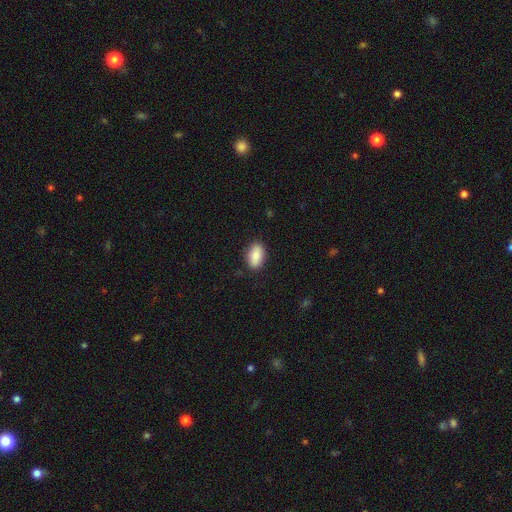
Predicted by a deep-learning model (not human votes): Smooth or featured? Predicted: smooth (p=0.83). How rounded? Predicted: in between (p=0.91). Merging? Predicted: none (p=0.86).